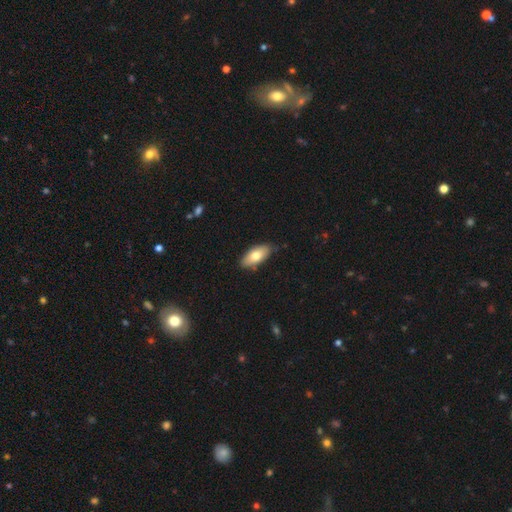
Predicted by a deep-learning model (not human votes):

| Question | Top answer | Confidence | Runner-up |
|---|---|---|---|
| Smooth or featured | smooth | 73% | featured or disk (21%) |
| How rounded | in between | 88% | cigar-shaped (9%) |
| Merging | none | 81% | minor disturbance (15%) |